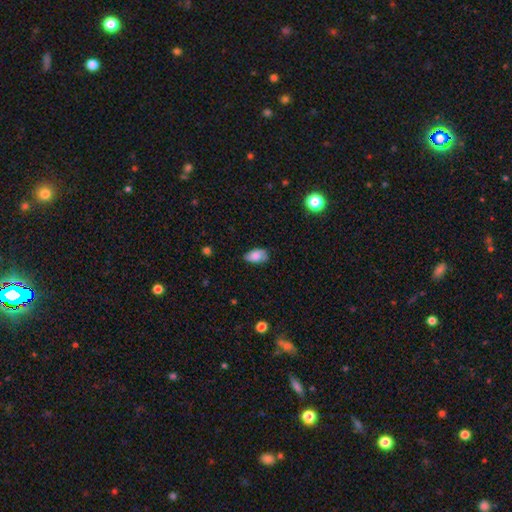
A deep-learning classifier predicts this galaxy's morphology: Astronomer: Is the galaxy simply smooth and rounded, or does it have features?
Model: smooth — 79%.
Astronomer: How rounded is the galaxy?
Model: in between — 92%.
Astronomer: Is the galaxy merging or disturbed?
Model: none — 67%.